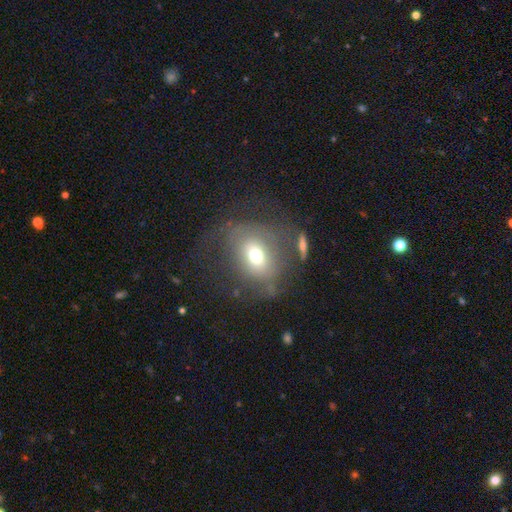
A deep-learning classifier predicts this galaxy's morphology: A smooth galaxy with no disk features (63%) that is round (52%). Merging: none (54%).